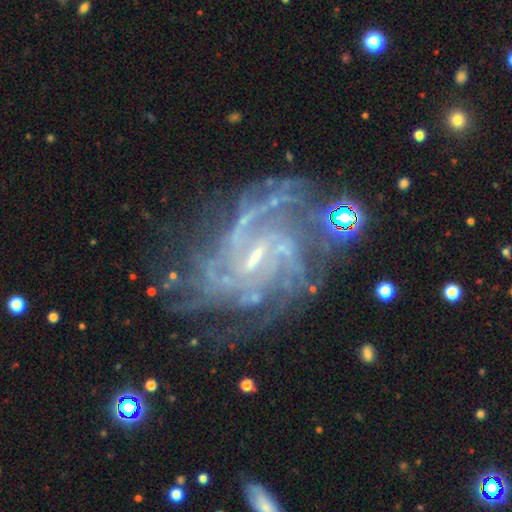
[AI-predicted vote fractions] Q: Smooth or featured?
A: featured or disk (88%); runner-up: star or artifact (8%)
Q: Edge-on disk?
A: no (97%); runner-up: yes (3%)
Q: Bar?
A: weak (53%); runner-up: strong (25%)
Q: Spiral arms?
A: yes (96%); runner-up: no (4%)
Q: Spiral winding?
A: tight (54%); runner-up: medium (37%)
Q: Spiral arm count?
A: can't tell (28%); runner-up: 4 (22%)
Q: Bulge size?
A: small (66%); runner-up: moderate (16%)
Q: Merging?
A: none (65%); runner-up: minor disturbance (18%)